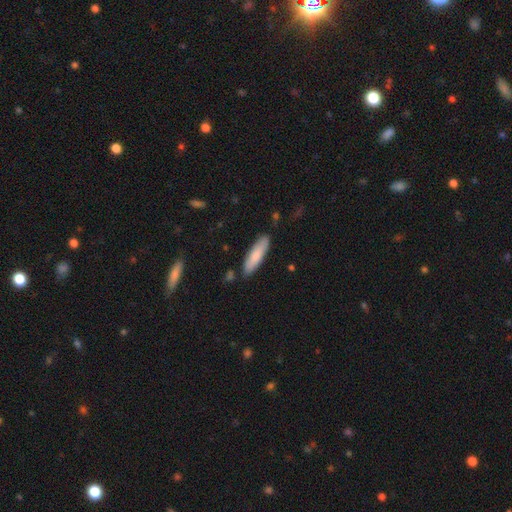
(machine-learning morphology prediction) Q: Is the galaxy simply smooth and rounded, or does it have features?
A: smooth — 79%.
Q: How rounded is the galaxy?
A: cigar-shaped — 62%.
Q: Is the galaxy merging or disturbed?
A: none — 84%.